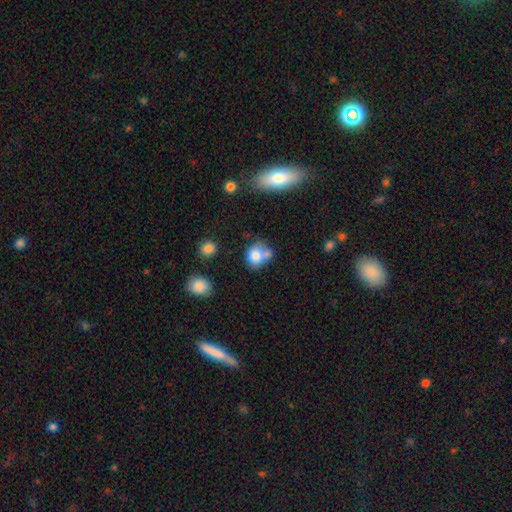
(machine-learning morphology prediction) The model was most divided on "merging": merger: 39%, none: 37%, minor disturbance: 16%, major disturbance: 7%. More confident: smooth or featured — smooth (76%); how rounded — round (66%).